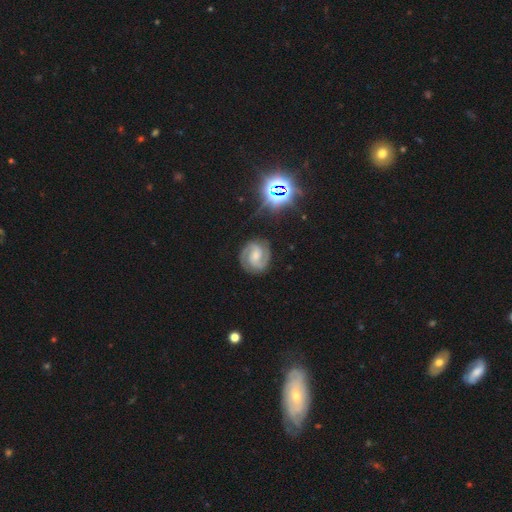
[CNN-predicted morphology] type=featured or disk (84%); edge-on=no (98%); bar=weak (47%); spiral arms=yes (97%); winding=tight (46%); arm count=2 (90%); bulge=moderate (38%); merging=none (83%).